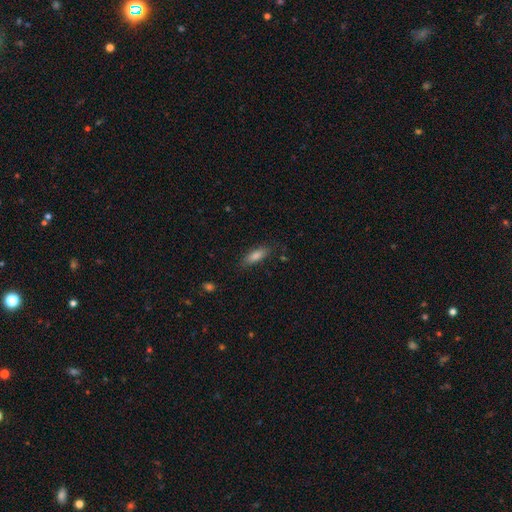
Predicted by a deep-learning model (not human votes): Smooth or featured? Predicted: smooth (p=0.79). How rounded? Predicted: in between (p=0.57). Merging? Predicted: none (p=0.81).